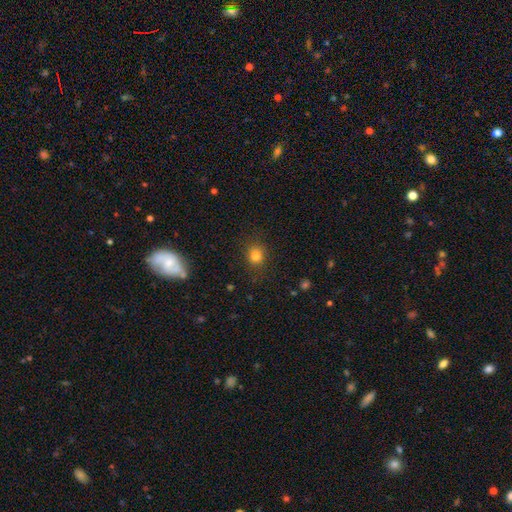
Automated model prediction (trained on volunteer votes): Smooth or featured: smooth — 80% (star or artifact — 14%)
How rounded: round — 74% (in between — 25%)
Merging: none — 86% (minor disturbance — 10%)